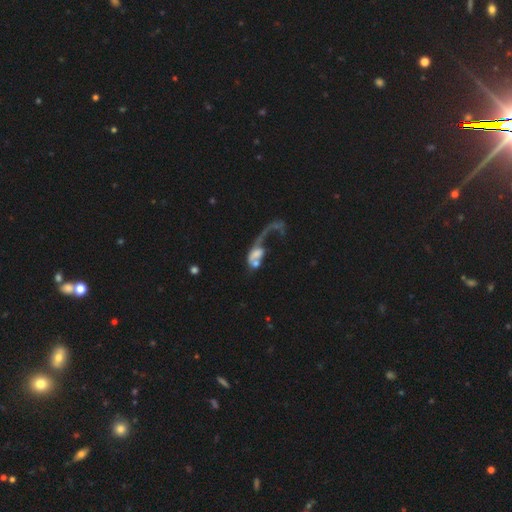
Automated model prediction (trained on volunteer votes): This is possibly a featured or disk galaxy (55%). It is clearly not viewed edge-on (94%). Bar: likely no (74%). Spiral arm pattern: possibly no (55%). Central bulge: marginally none (36%). Merging: possibly major disturbance (47%).